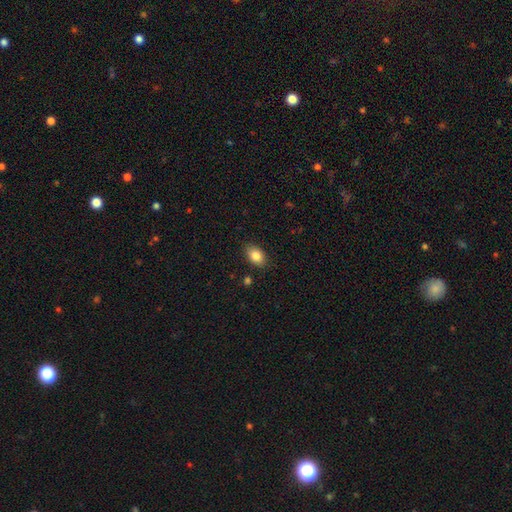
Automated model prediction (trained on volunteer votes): Q: Smooth or featured?
A: smooth (85%); runner-up: star or artifact (8%)
Q: How rounded?
A: in between (84%); runner-up: round (14%)
Q: Merging?
A: none (86%); runner-up: minor disturbance (10%)